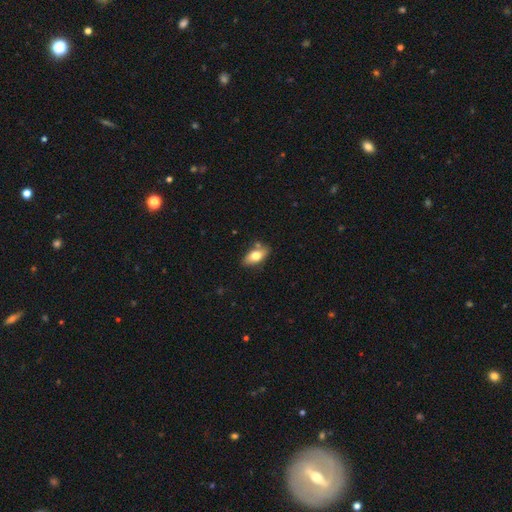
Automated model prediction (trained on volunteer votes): Morphology: type=smooth (71%); roundness=in between (88%); merging=none (73%).